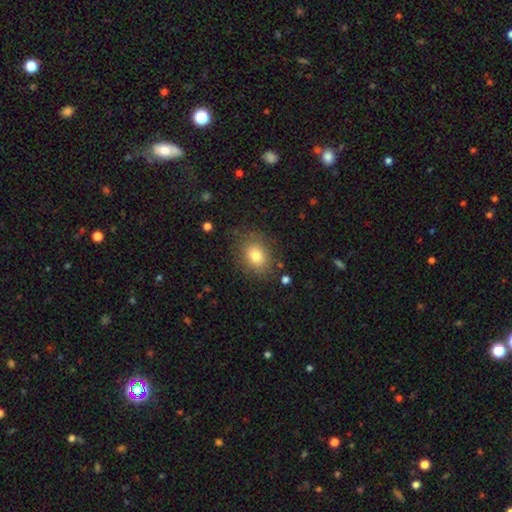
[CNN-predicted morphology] Overall: smooth (79%). How rounded: in between (59%; round 40%). Merging: none (80%).